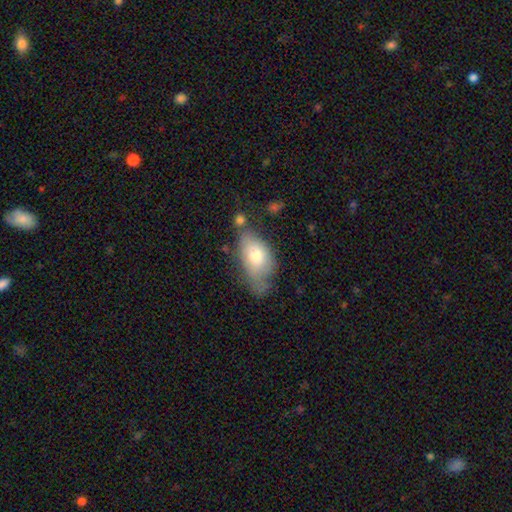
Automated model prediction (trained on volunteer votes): Smooth or featured? smooth (71%)
How rounded? in between (90%)
Merging? none (40%)